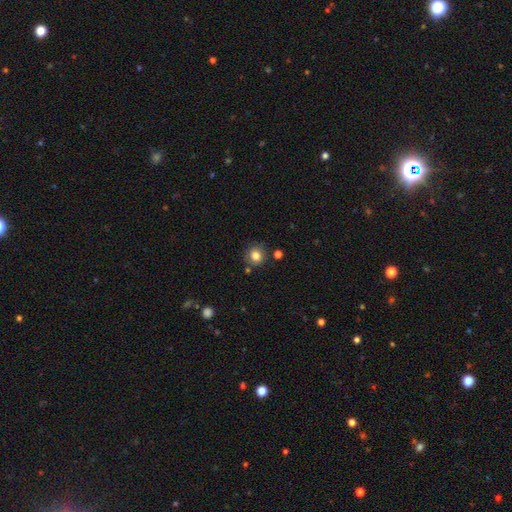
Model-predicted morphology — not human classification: The model was most divided on "merging": none: 82%, minor disturbance: 11%, merger: 4%, major disturbance: 3%. More confident: how rounded — round (87%); smooth or featured — smooth (82%).